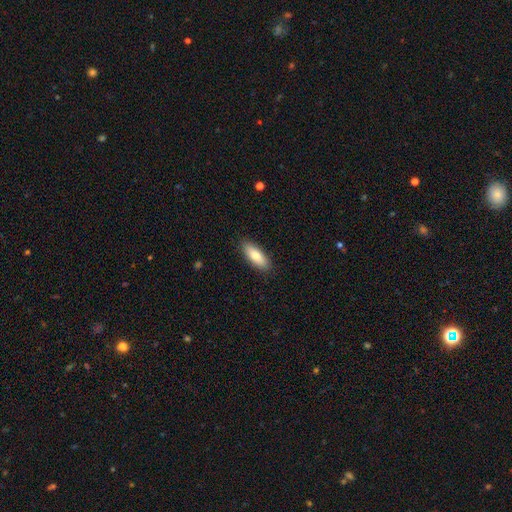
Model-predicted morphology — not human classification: type=smooth (76%); roundness=in between (70%); merging=none (89%).